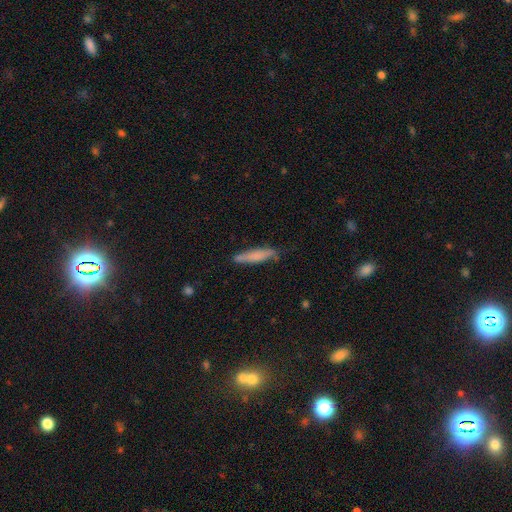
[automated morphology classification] Smooth or featured?
  - smooth: 71% *
  - featured or disk: 22%
  - star or artifact: 6%
How rounded?
  - cigar-shaped: 88% *
  - in between: 10%
  - round: 1%
Merging?
  - none: 77% *
  - minor disturbance: 18%
  - major disturbance: 3%
  - merger: 2%